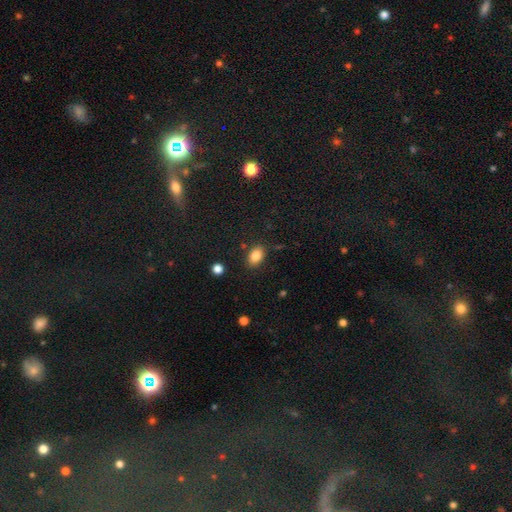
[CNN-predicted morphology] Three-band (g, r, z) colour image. It shows a smooth galaxy with no disk features (85%) that is in between round and cigar-shaped (84%). Merging: none (84%).